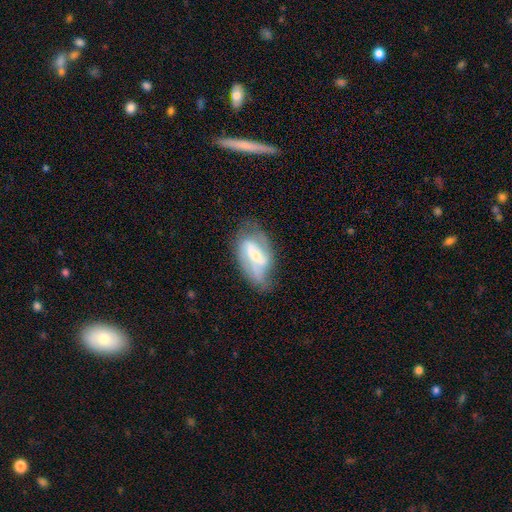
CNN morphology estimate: The model was most divided on "bar": strong: 48%, weak: 37%, no: 16%. Remaining: edge-on disk — no (93%); spiral arms — yes (82%); smooth or featured — featured or disk (71%); spiral arm count — 2 (70%); merging — none (57%); bulge size — small (52%); spiral winding — medium (43%).